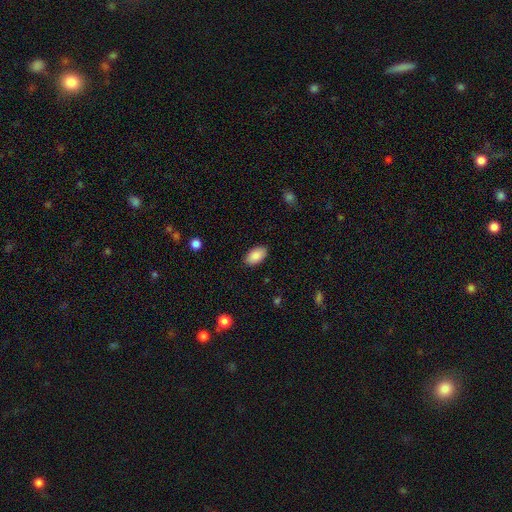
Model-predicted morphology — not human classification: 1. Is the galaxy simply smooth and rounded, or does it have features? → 88% smooth, 7% star or artifact, 5% featured or disk.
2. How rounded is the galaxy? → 95% in between, 4% round, 2% cigar-shaped.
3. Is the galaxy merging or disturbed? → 88% none, 9% minor disturbance, 2% major disturbance, 1% merger.